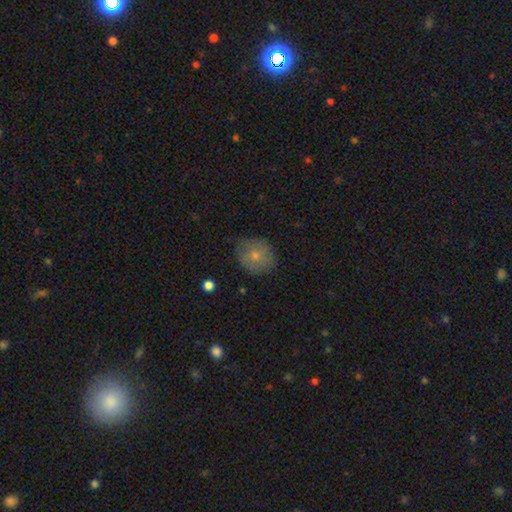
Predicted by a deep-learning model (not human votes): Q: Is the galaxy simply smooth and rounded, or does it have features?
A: smooth — 73%.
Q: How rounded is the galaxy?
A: round — 75%.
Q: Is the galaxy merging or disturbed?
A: none — 68%.